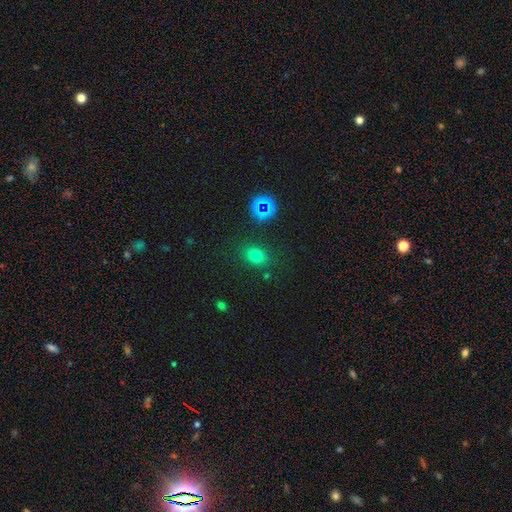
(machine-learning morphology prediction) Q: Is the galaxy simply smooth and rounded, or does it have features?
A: smooth — 70%.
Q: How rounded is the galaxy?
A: in between — 60%.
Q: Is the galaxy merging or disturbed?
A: none — 82%.